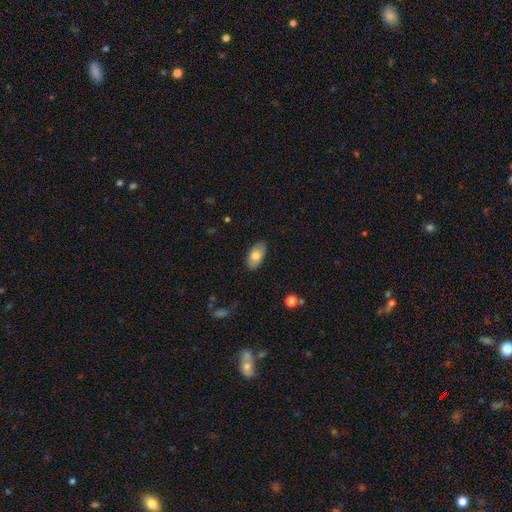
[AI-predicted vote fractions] smooth_or_featured: smooth (p=0.75) [alt: featured or disk p=0.19]
how_rounded: in between (p=0.94) [alt: round p=0.04]
merging: none (p=0.84) [alt: minor disturbance p=0.12]